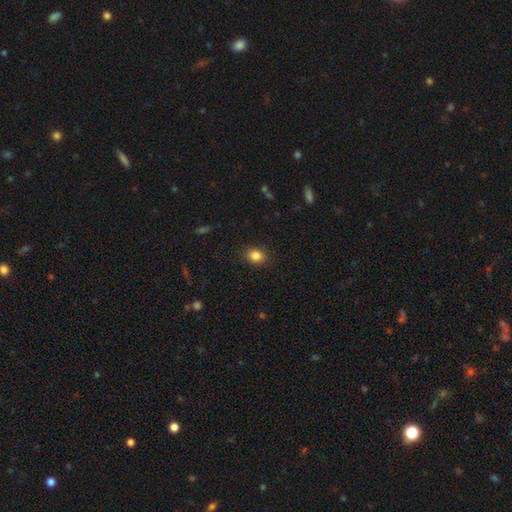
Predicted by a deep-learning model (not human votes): Overall: smooth (84%). How rounded: round (63%; in between 36%). Merging: none (89%).